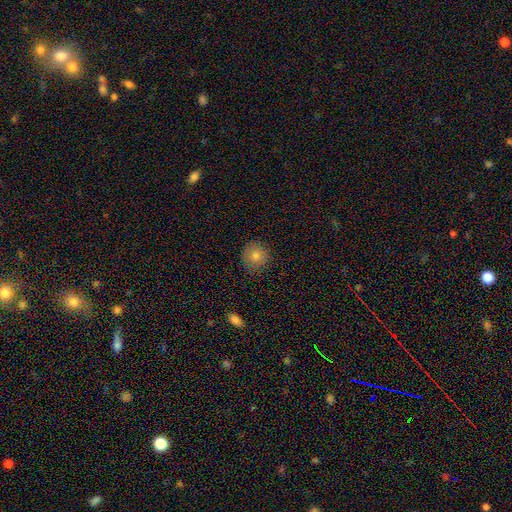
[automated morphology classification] Overall: smooth (77%). How rounded: round (92%). Merging: none (87%).